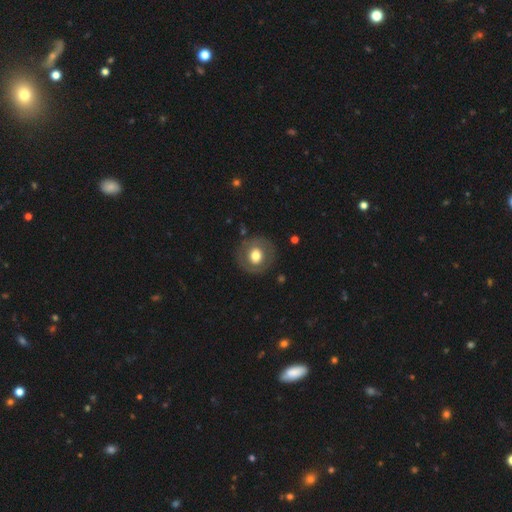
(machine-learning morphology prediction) Smooth or featured? smooth (59%)
How rounded? round (88%)
Merging? none (83%)